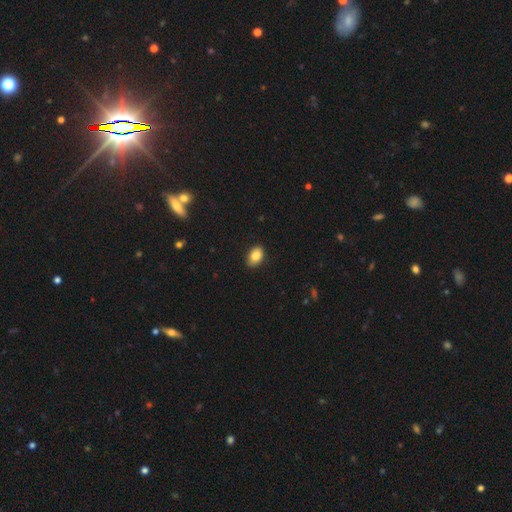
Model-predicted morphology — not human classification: Overall: smooth (86%). How rounded: in between (84%). Merging: none (81%).